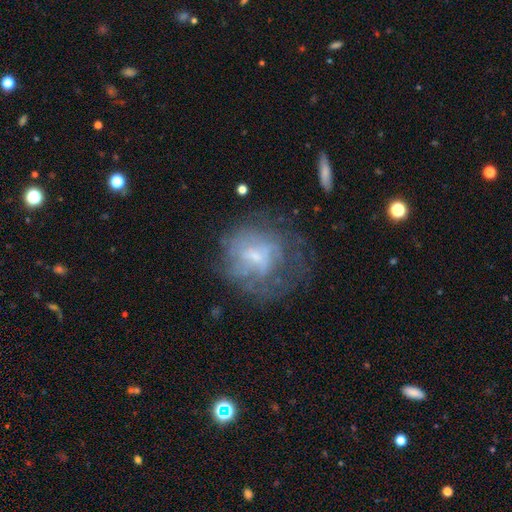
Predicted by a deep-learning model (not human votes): Overall: featured or disk (56%; smooth 33%). Edge-on disk: no (97%). Bar: no (56%; weak 38%). Spiral arms: no (57%; yes 43%). Bulge size: small (57%; moderate 25%). Merging: none (50%; major disturbance 27%).